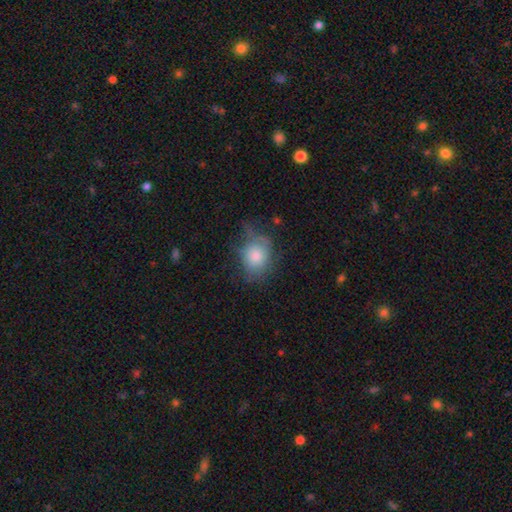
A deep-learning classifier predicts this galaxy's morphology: Smooth or featured?
  - smooth: 73% *
  - featured or disk: 18%
  - star or artifact: 10%
How rounded?
  - round: 53% *
  - in between: 46%
  - cigar-shaped: 1%
Merging?
  - none: 52% *
  - minor disturbance: 31%
  - major disturbance: 15%
  - merger: 2%